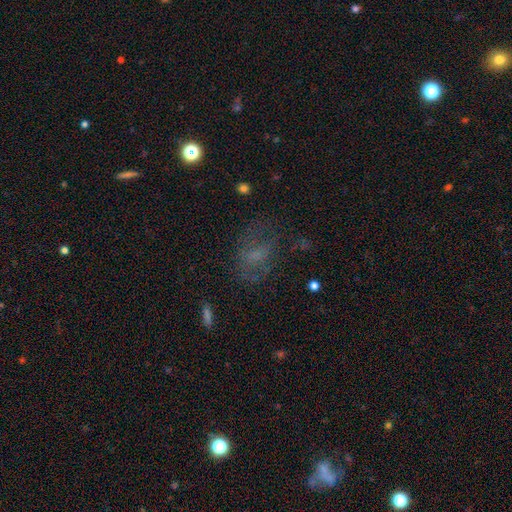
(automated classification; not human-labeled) Smooth or featured?
  - smooth: 44% *
  - featured or disk: 35%
  - star or artifact: 21%
Merging?
  - none: 53% *
  - major disturbance: 24%
  - minor disturbance: 20%
  - merger: 2%